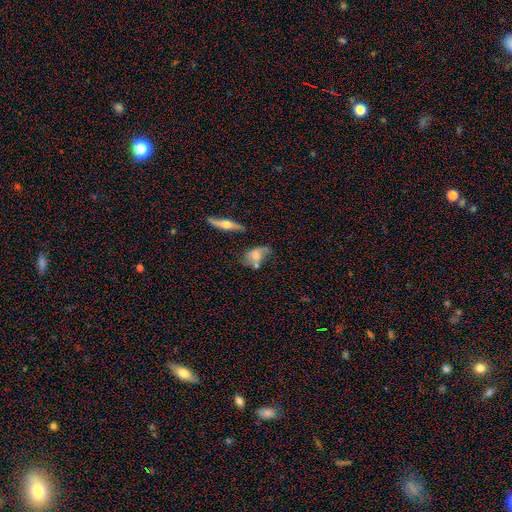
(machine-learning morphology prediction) type=smooth (50%); merging=none (49%).